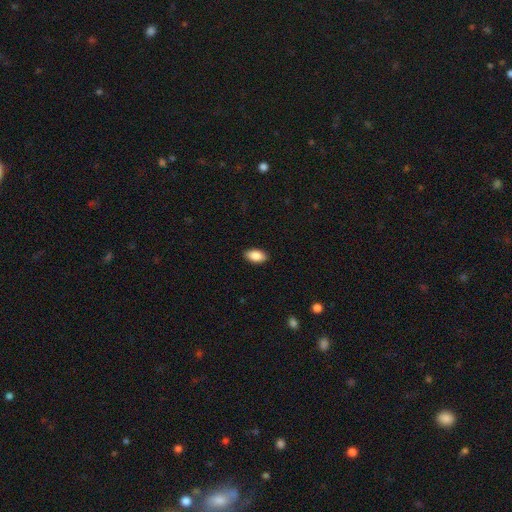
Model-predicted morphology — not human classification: The model was most divided on "smooth or featured": smooth: 88%, star or artifact: 7%, featured or disk: 5%. More confident: how rounded — in between (93%); merging — none (90%).